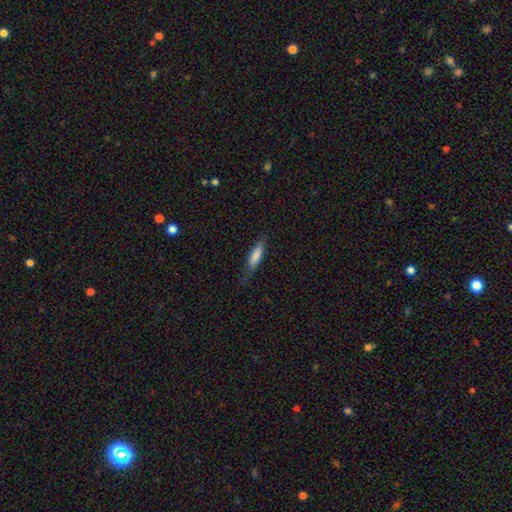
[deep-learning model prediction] Overall: smooth (79%). How rounded: cigar-shaped (69%; in between 29%). Merging: none (68%).